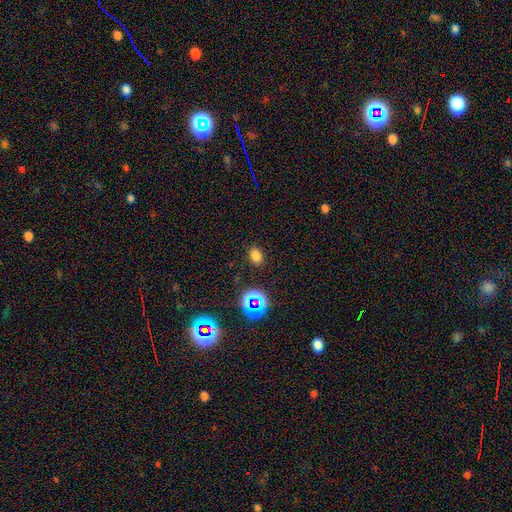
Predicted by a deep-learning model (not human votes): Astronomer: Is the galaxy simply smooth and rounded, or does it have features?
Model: smooth — 73%.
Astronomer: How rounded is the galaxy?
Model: in between — 74%.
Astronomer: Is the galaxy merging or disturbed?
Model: none — 85%.